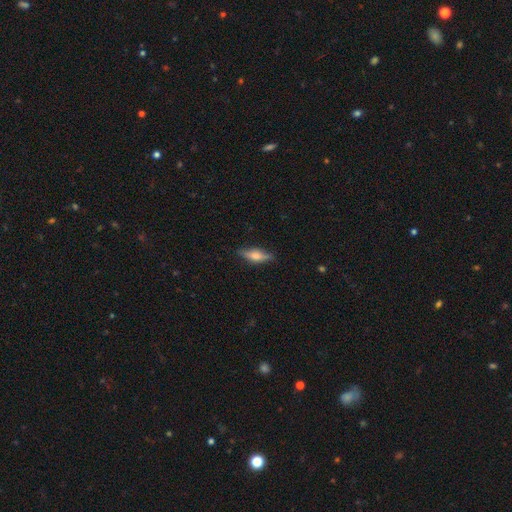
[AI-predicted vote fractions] This appears to be a featured or disk galaxy (51%) viewed edge-on (93%). Merging: none (83%).